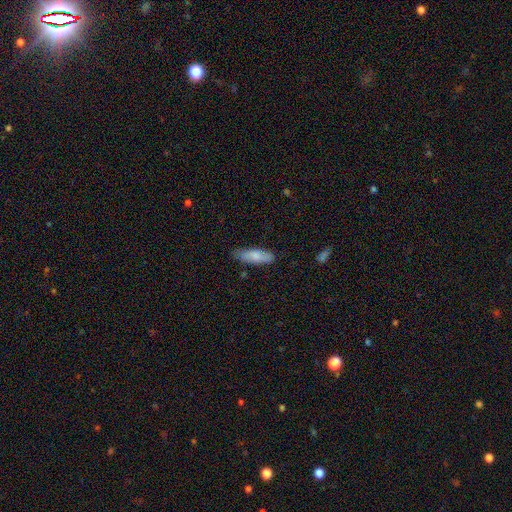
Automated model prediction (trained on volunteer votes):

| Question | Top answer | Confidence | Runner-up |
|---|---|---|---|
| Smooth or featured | smooth | 80% | featured or disk (15%) |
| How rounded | in between | 54% | cigar-shaped (45%) |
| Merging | none | 75% | minor disturbance (20%) |